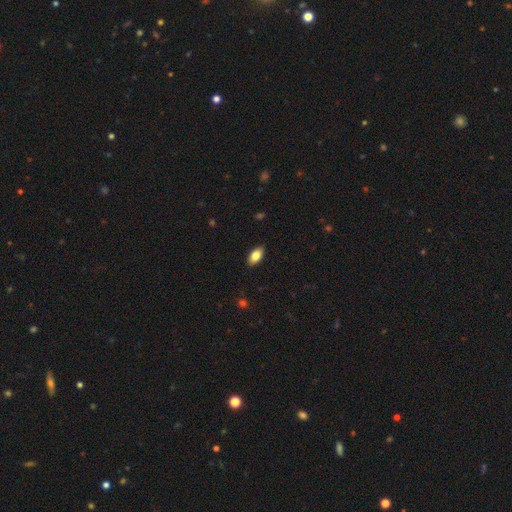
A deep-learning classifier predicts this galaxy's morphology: Overall: smooth (83%). How rounded: in between (92%). Merging: none (88%).